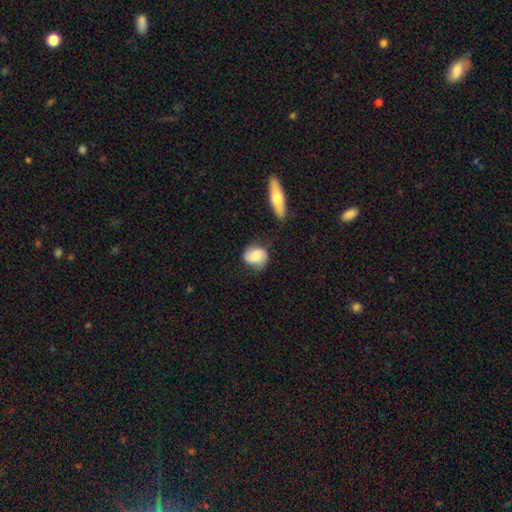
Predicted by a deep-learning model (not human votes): The model was most divided on "smooth or featured": smooth: 57%, featured or disk: 36%, star or artifact: 7%. More confident: merging — none (64%); how rounded — round (61%).